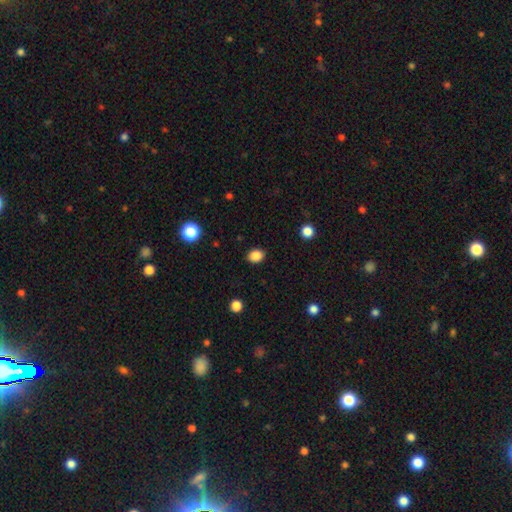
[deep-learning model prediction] This appears to be a smooth galaxy with no disk features (87%) that is in between round and cigar-shaped (52%). Merging: none (90%).